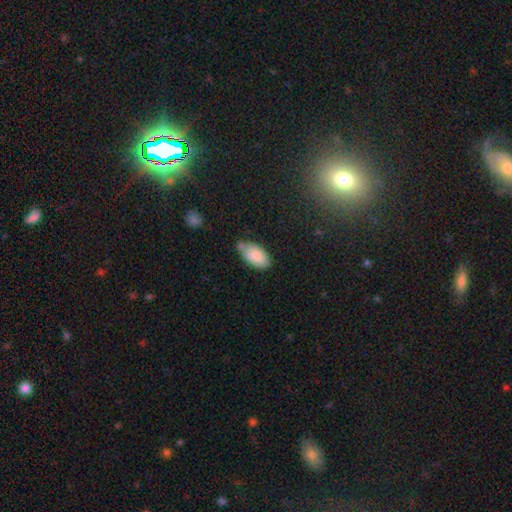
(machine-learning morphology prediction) This is clearly a smooth galaxy (85%). How rounded: clearly in between (94%). Merging: likely none (60%).